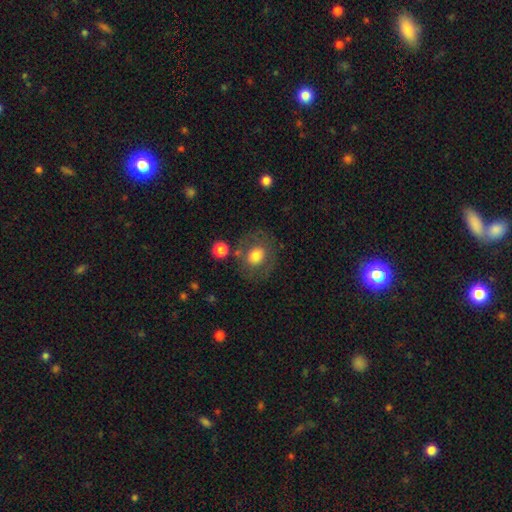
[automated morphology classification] This appears to be a smooth galaxy with no disk features (68%) that is round (68%). Merging: none (70%).